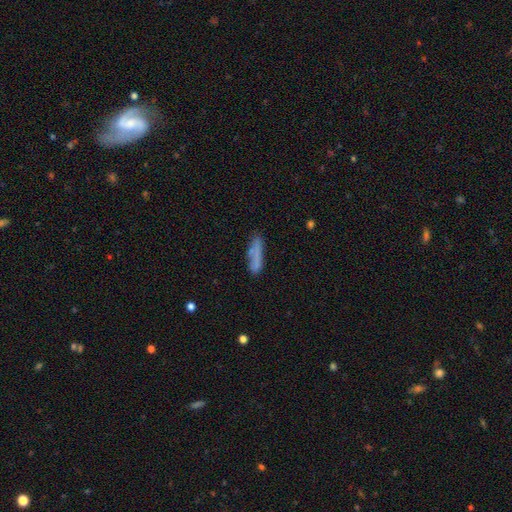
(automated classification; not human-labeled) A smooth galaxy with no disk features (71%) that is cigar-shaped (77%). Merging: none (67%).